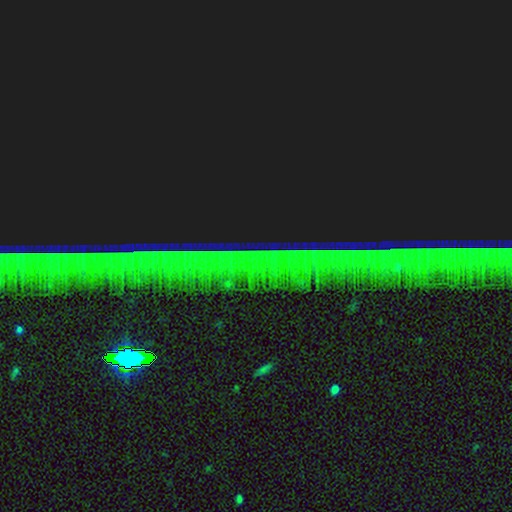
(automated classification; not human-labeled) Smooth or featured: star or artifact — 82% (featured or disk — 10%)